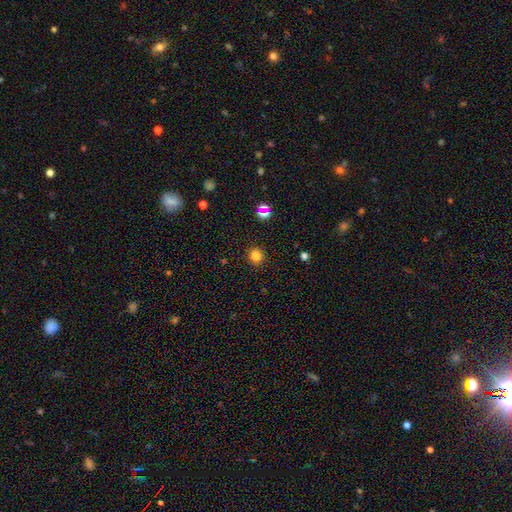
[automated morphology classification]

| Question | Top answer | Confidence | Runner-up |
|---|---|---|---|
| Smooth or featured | smooth | 81% | star or artifact (14%) |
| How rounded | round | 85% | in between (14%) |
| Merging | none | 90% | minor disturbance (6%) |